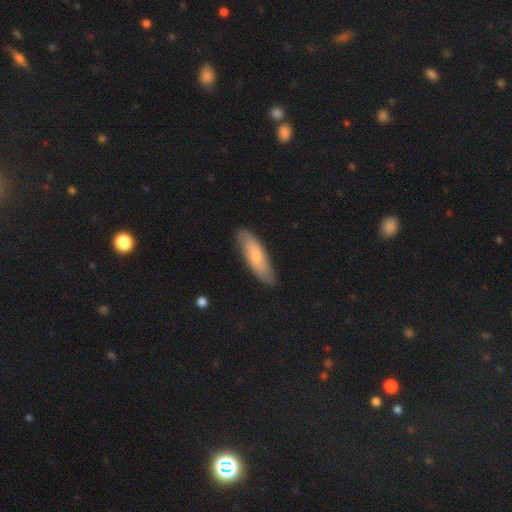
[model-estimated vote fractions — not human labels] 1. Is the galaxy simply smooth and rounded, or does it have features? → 64% smooth, 30% featured or disk, 6% star or artifact.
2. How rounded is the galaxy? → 51% cigar-shaped, 47% in between, 2% round.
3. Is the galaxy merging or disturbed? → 83% none, 13% minor disturbance, 2% major disturbance, 1% merger.